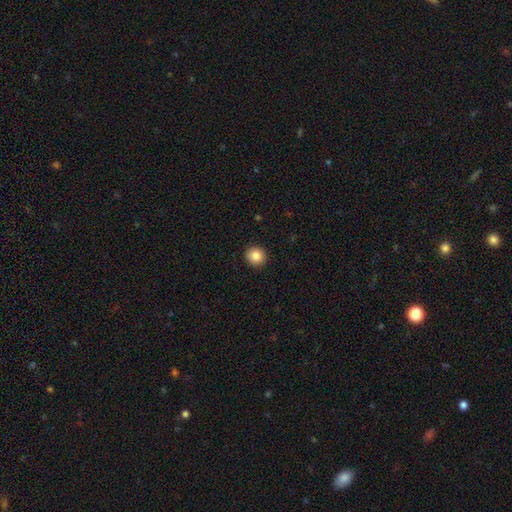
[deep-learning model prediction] Smooth or featured? Predicted: smooth (p=0.85). How rounded? Predicted: round (p=0.92). Merging? Predicted: none (p=0.93).